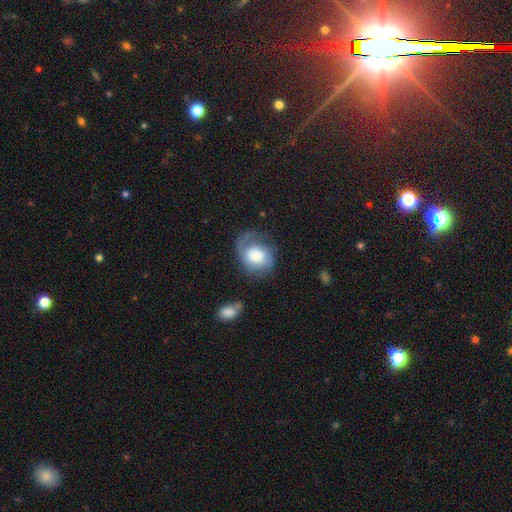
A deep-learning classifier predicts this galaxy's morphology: type=featured or disk (63%); edge-on=no (98%); bar=no (71%); spiral arms=yes (88%); winding=tight (41%); arm count=1 (42%); bulge=moderate (34%); merging=none (47%).